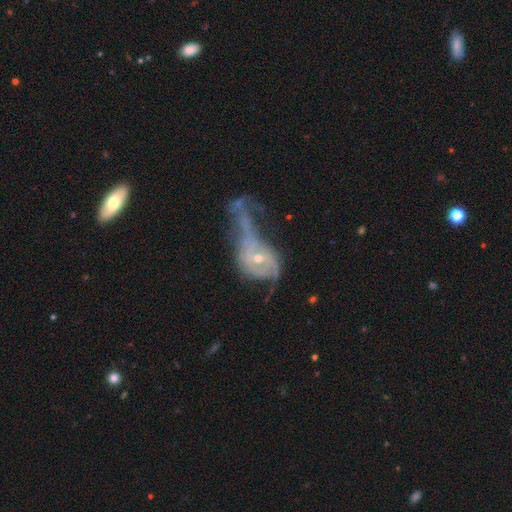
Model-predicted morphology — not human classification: smooth-or-featured: featured or disk: 68% | smooth: 22% | star or artifact: 11%
  disk-edge-on: no: 93% | yes: 7%
    bar: no: 77% | weak: 18% | strong: 6%
    has-spiral-arms: yes: 51% | no: 49%
    bulge-size: small: 54% | moderate: 40% | none: 3% | large: 2% | dominant: 1%
  merging: major disturbance: 48% | merger: 29% | none: 13% | minor disturbance: 10%